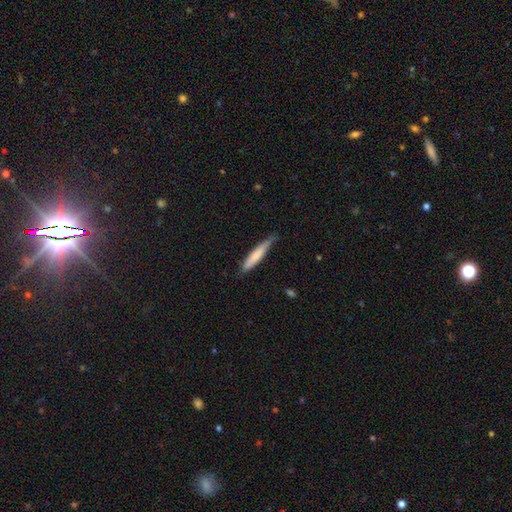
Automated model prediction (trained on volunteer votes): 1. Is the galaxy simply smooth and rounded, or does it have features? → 74% smooth, 21% featured or disk, 5% star or artifact.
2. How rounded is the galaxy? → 90% cigar-shaped, 9% in between, 1% round.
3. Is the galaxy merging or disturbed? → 68% none, 26% minor disturbance, 4% major disturbance, 2% merger.